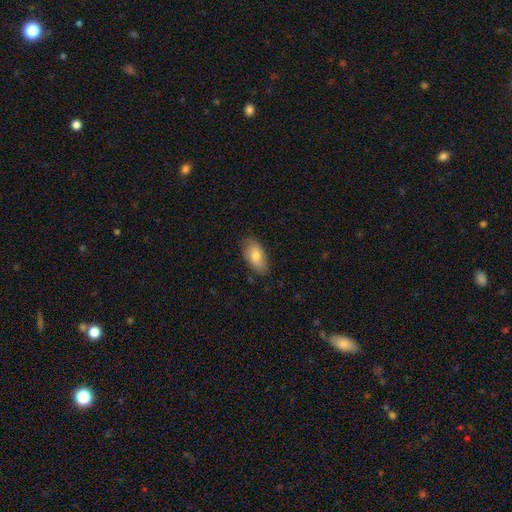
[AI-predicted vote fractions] Morphology: type=smooth (75%); roundness=in between (93%); merging=none (79%).